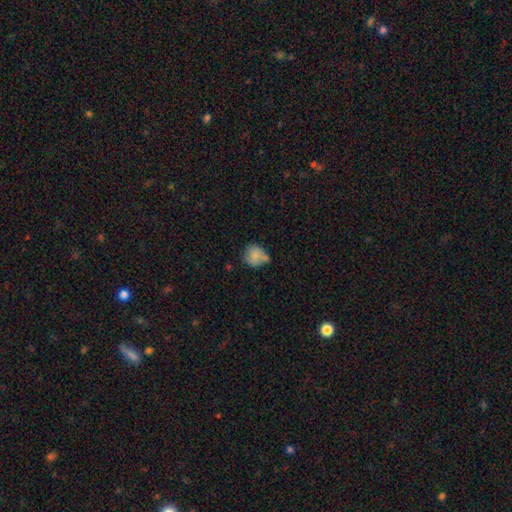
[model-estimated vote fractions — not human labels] A smooth galaxy with no disk features (77%) that is round (79%).

Vote fractions:
- Smooth or featured? smooth: 77% / featured or disk: 14% / star or artifact: 9%
- How rounded? round: 79% / in between: 20% / cigar-shaped: 1%
- Merging? none: 51% / minor disturbance: 28% / merger: 13% / major disturbance: 8%